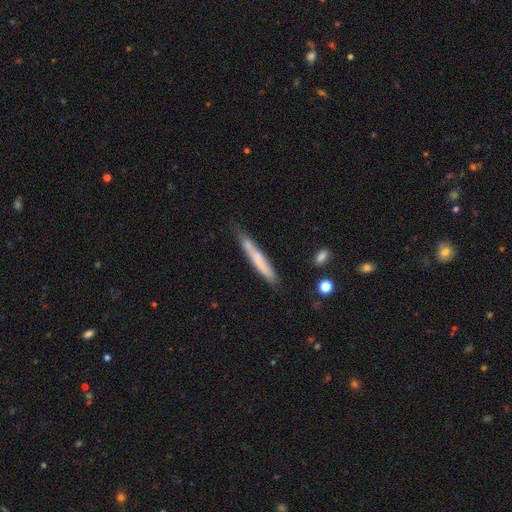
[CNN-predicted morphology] Smooth or featured? Predicted: smooth (p=0.58). How rounded? Predicted: cigar-shaped (p=0.96). Merging? Predicted: none (p=0.71).